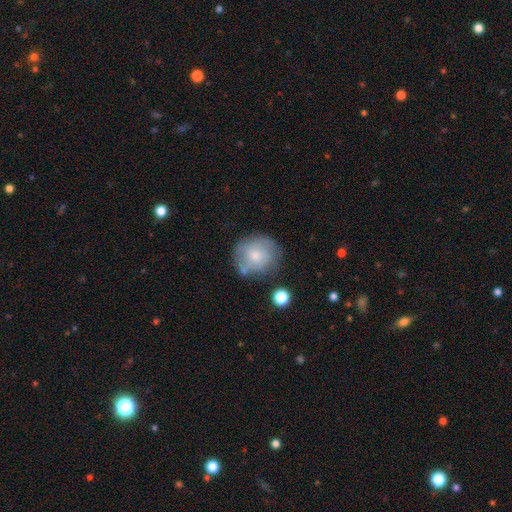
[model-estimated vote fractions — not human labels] A smooth galaxy with no disk features (64%) that is round (84%). Merging: none (62%).